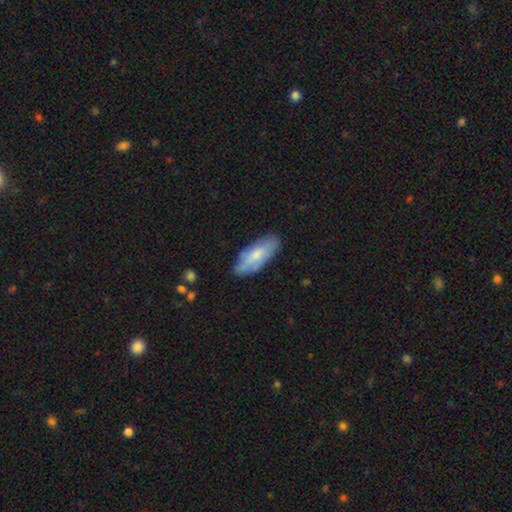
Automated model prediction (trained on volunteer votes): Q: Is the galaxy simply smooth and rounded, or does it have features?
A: smooth — 68%.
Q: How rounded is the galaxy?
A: in between — 74%.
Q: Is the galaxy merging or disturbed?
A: none — 75%.